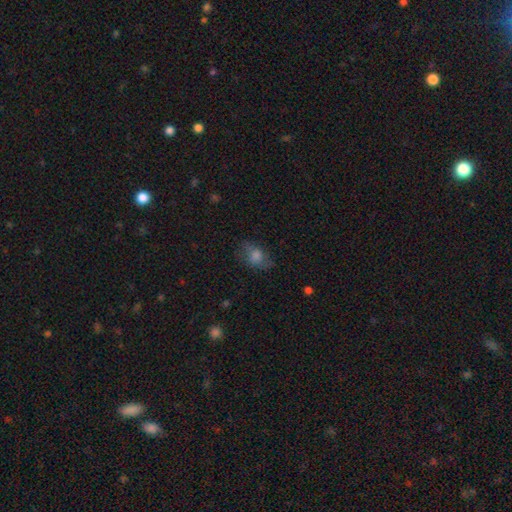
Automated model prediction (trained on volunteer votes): This appears to be a smooth galaxy with no disk features (64%) that is in between round and cigar-shaped (77%). Merging: none (67%).